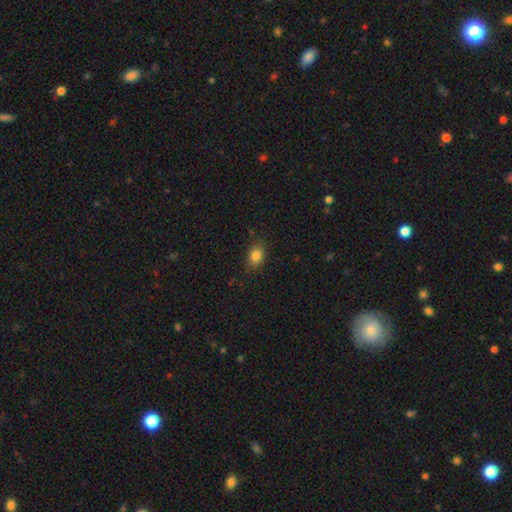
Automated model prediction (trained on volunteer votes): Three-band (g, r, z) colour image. It shows a smooth galaxy with no disk features (83%) that is in between round and cigar-shaped (75%). Merging: none (83%).